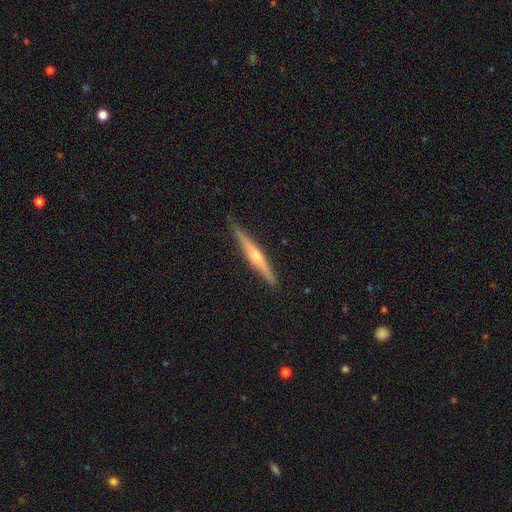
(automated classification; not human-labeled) The model was most divided on "smooth or featured": featured or disk: 69%, smooth: 25%, star or artifact: 6%. More confident: edge-on disk — yes (98%); merging — none (90%); edge-on bulge — rounded (77%).